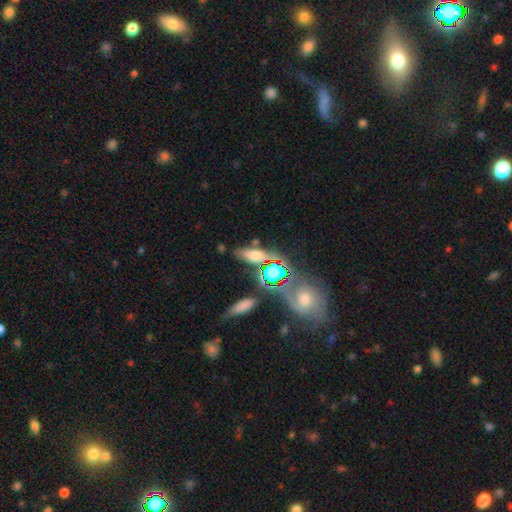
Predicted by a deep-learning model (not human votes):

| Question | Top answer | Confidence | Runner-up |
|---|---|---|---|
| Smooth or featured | smooth | 56% | featured or disk (23%) |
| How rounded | in between | 63% | cigar-shaped (26%) |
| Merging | none | 65% | minor disturbance (16%) |